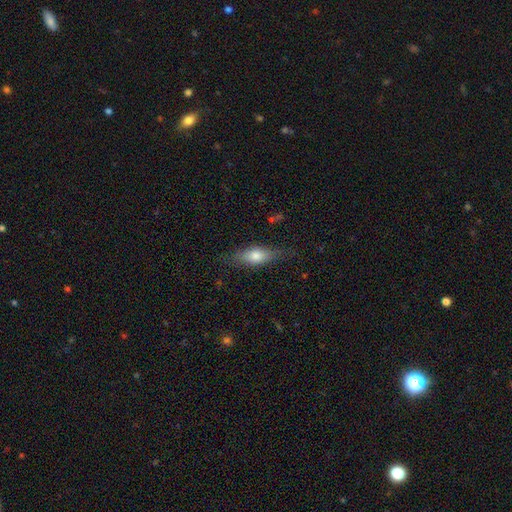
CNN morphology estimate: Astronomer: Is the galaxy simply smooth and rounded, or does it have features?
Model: smooth — 66%.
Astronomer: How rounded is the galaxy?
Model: in between — 65%.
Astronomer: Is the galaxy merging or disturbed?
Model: none — 75%.